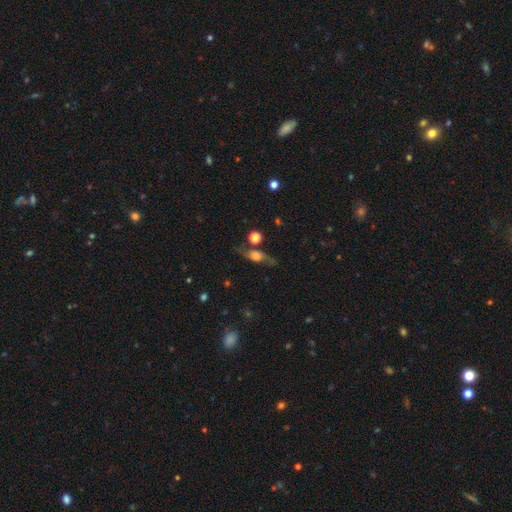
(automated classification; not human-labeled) A featured or disk galaxy (52%). Merging: none (64%).